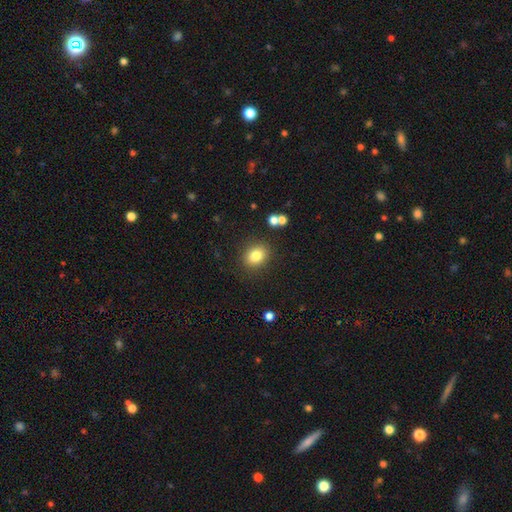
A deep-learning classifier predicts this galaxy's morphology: A smooth galaxy with no disk features (82%) that is round (54%).

Vote fractions:
- Smooth or featured? smooth: 82% / star or artifact: 11% / featured or disk: 8%
- How rounded? round: 54% / in between: 45% / cigar-shaped: 1%
- Merging? none: 85% / minor disturbance: 9% / merger: 3% / major disturbance: 3%